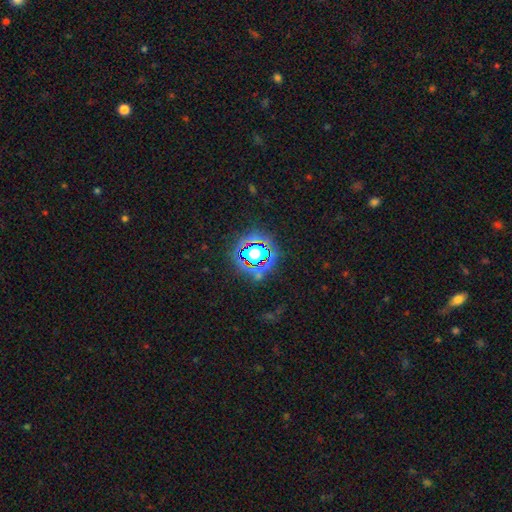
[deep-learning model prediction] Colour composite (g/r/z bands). It shows a star or artifact, not a galaxy (76%).